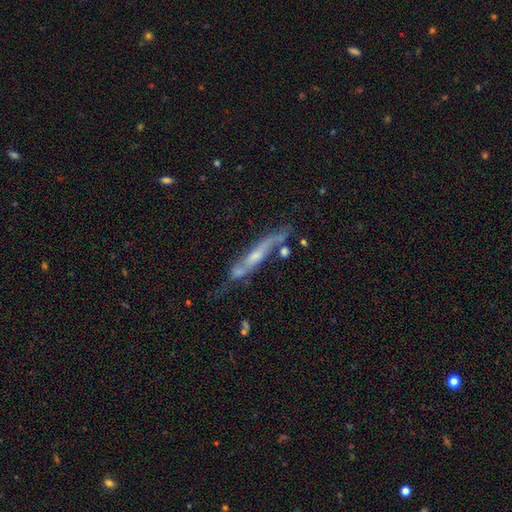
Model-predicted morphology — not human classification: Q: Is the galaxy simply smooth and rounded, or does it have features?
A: featured or disk — 69%.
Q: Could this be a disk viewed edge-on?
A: yes — 72%.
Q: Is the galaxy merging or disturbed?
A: none — 50%.